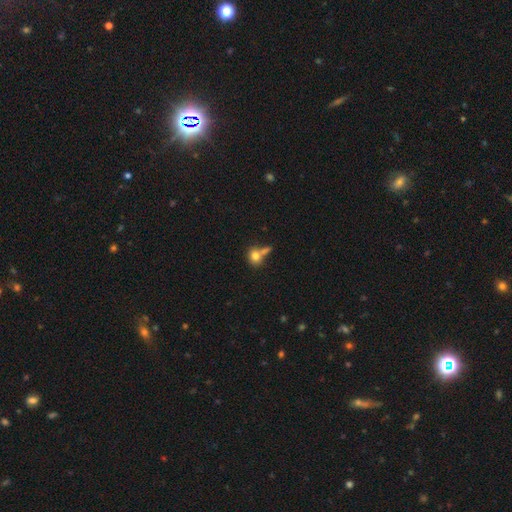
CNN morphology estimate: This is likely a smooth galaxy (79%). How rounded: possibly round (60%). Merging: marginally none (43%).